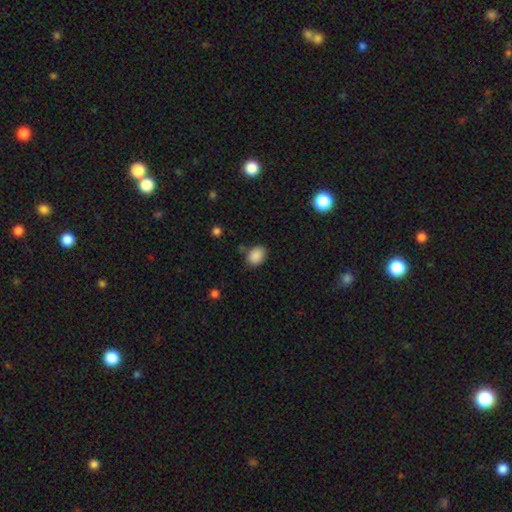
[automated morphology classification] This appears to be a smooth galaxy with no disk features (88%) that is in between round and cigar-shaped (71%). Merging: none (77%).